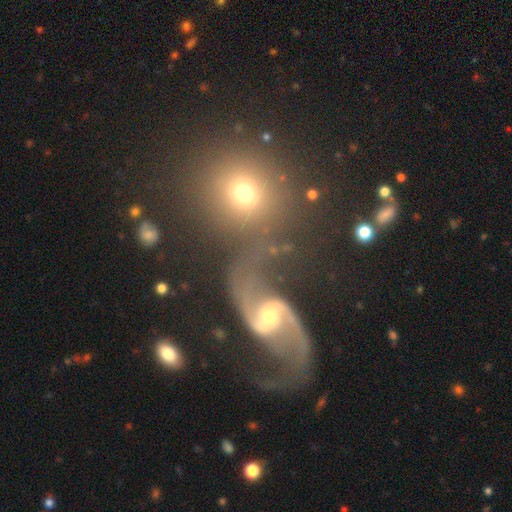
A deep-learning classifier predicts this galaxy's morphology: smooth-or-featured: featured or disk: 71% | smooth: 19% | star or artifact: 11%
  disk-edge-on: no: 95% | yes: 5%
    bar: weak: 46% | no: 33% | strong: 20%
    has-spiral-arms: yes: 90% | no: 10%
      spiral-winding: loose: 58% | medium: 32% | tight: 10%
      spiral-arm-count: 2: 91% | can't tell: 3% | 1: 2% | 3: 1% | 4: 1% | more than 4: 1%
    bulge-size: moderate: 48% | small: 39% | large: 7% | none: 3% | dominant: 2%
  merging: none: 57% | merger: 20% | minor disturbance: 13% | major disturbance: 10%